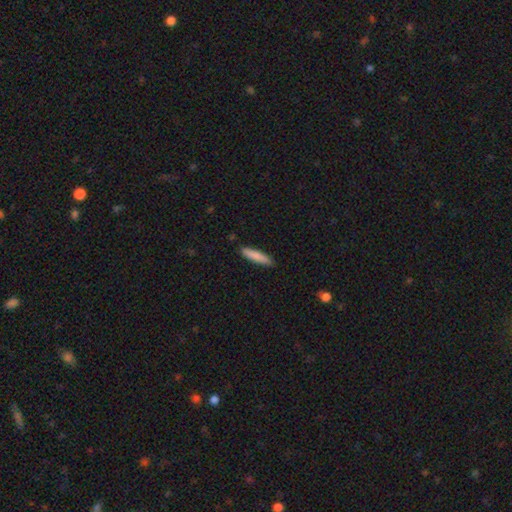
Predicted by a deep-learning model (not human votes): This is clearly a smooth galaxy (84%). How rounded: clearly cigar-shaped (84%). Merging: clearly none (88%).